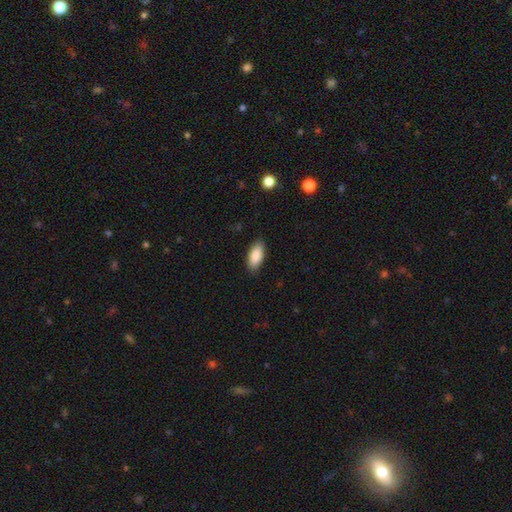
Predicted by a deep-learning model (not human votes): Smooth or featured: smooth — 87% (featured or disk — 7%)
How rounded: in between — 89% (cigar-shaped — 9%)
Merging: none — 86% (minor disturbance — 10%)